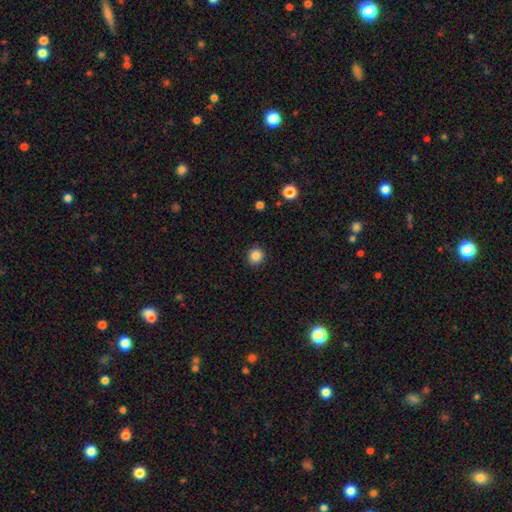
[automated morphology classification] Smooth or featured?
  - smooth: 86% *
  - star or artifact: 11%
  - featured or disk: 3%
How rounded?
  - round: 91% *
  - in between: 8%
  - cigar-shaped: 1%
Merging?
  - none: 91% *
  - minor disturbance: 6%
  - major disturbance: 2%
  - merger: 1%